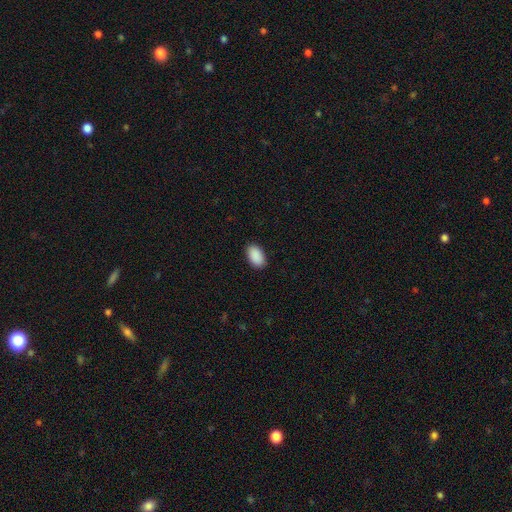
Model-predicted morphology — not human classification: A smooth galaxy with no disk features (91%) that is in between round and cigar-shaped (94%). Merging: none (90%).